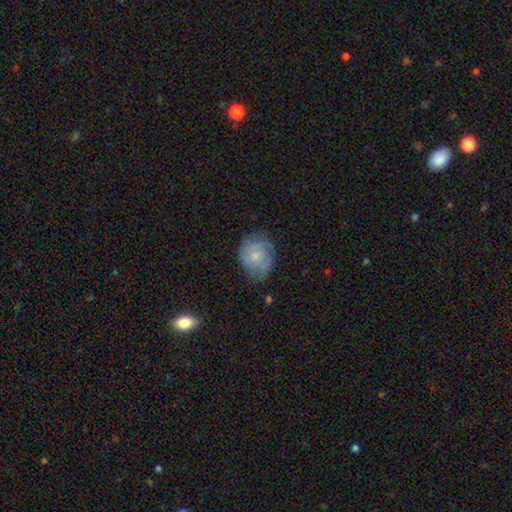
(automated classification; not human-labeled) Q: Smooth or featured?
A: smooth (59%); runner-up: featured or disk (34%)
Q: How rounded?
A: round (59%); runner-up: in between (40%)
Q: Merging?
A: none (59%); runner-up: minor disturbance (30%)